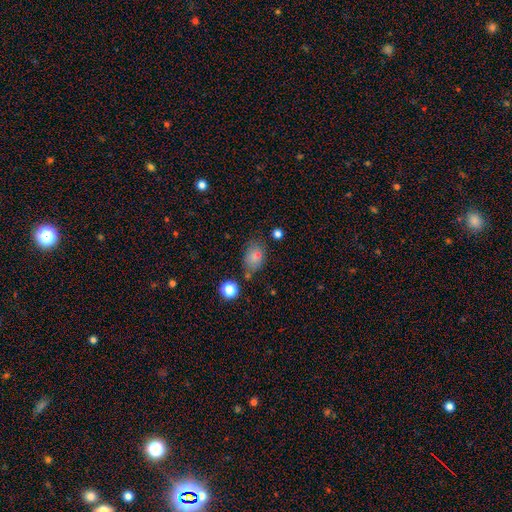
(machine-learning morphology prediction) A smooth galaxy with no disk features (78%) that is in between round and cigar-shaped (75%).

Vote fractions:
- Smooth or featured? smooth: 78% / star or artifact: 13% / featured or disk: 9%
- How rounded? in between: 75% / round: 24% / cigar-shaped: 1%
- Merging? none: 67% / minor disturbance: 21% / major disturbance: 6% / merger: 6%